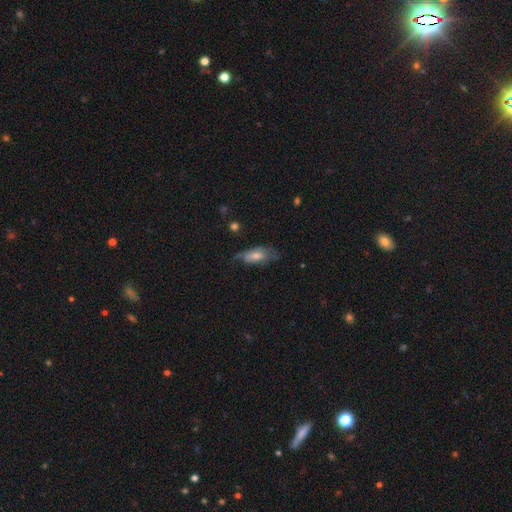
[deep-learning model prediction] Smooth or featured? Predicted: smooth (p=0.60). How rounded? Predicted: in between (p=0.82). Merging? Predicted: none (p=0.46).